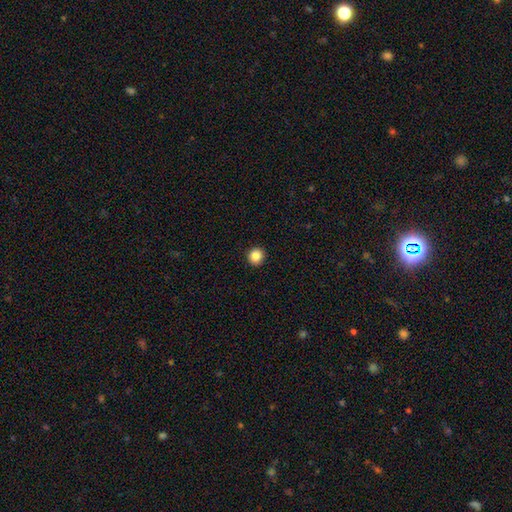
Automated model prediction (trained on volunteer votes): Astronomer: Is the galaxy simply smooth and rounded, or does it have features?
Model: smooth — 86%.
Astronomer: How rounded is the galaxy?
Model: round — 91%.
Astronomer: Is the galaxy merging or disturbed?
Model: none — 93%.